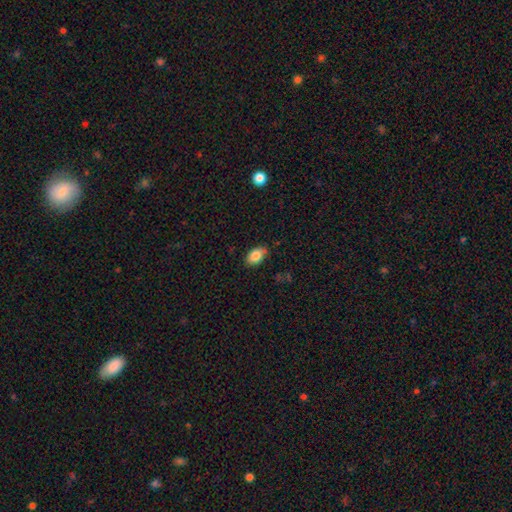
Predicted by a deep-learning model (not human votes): Overall: smooth (84%). How rounded: in between (89%). Merging: none (81%).